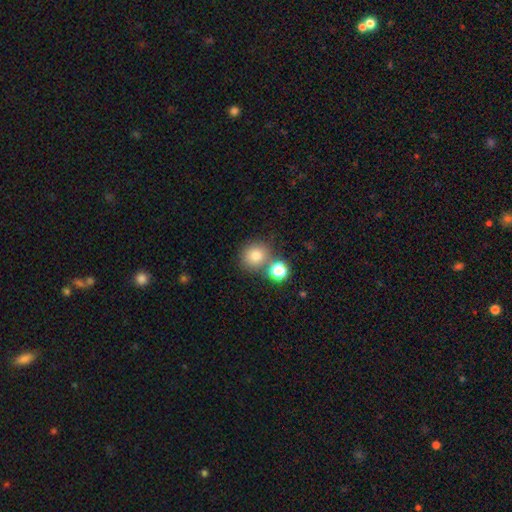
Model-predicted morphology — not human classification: This is likely a smooth galaxy (79%). How rounded: clearly round (85%). Merging: likely none (66%).